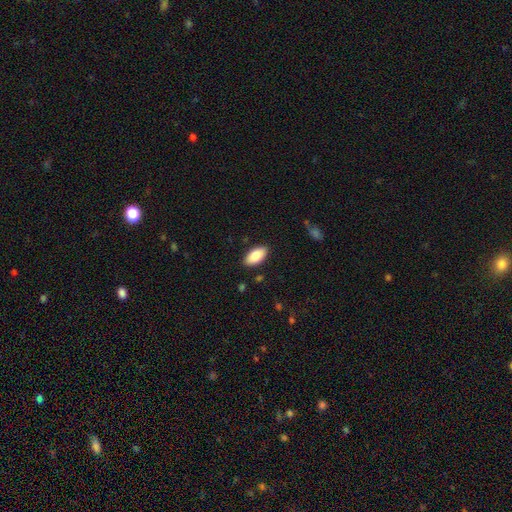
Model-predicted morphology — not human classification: A smooth galaxy with no disk features (85%) that is in between round and cigar-shaped (93%).

Vote fractions:
- Smooth or featured? smooth: 85% / featured or disk: 8% / star or artifact: 6%
- How rounded? in between: 93% / cigar-shaped: 4% / round: 2%
- Merging? none: 88% / minor disturbance: 9% / major disturbance: 2% / merger: 1%